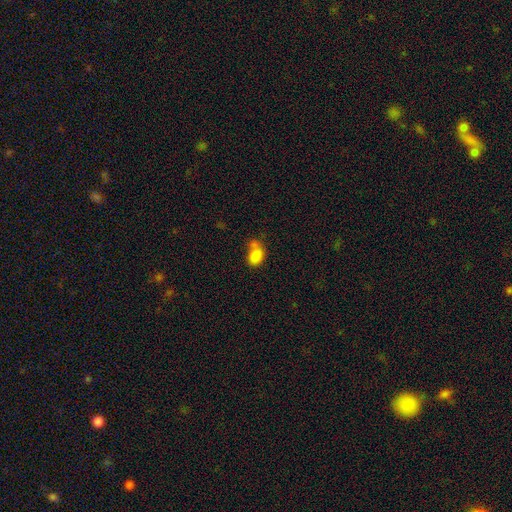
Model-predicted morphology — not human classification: Overall: smooth (82%). How rounded: in between (78%). Merging: merger (37%; none 34%).